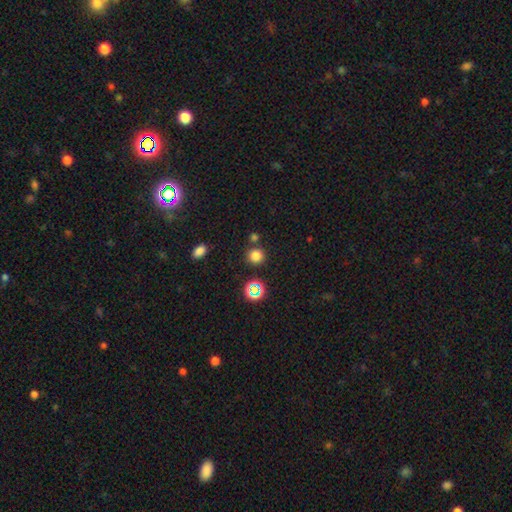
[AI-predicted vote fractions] The model was most divided on "smooth or featured": smooth: 75%, star or artifact: 20%, featured or disk: 5%. More confident: how rounded — round (92%); merging — none (77%).